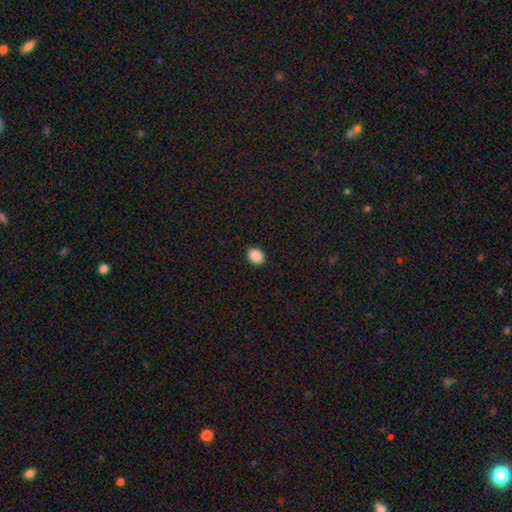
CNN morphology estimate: The model was most divided on "how rounded": in between: 60%, round: 39%, cigar-shaped: 1%. More confident: merging — none (90%); smooth or featured — smooth (89%).